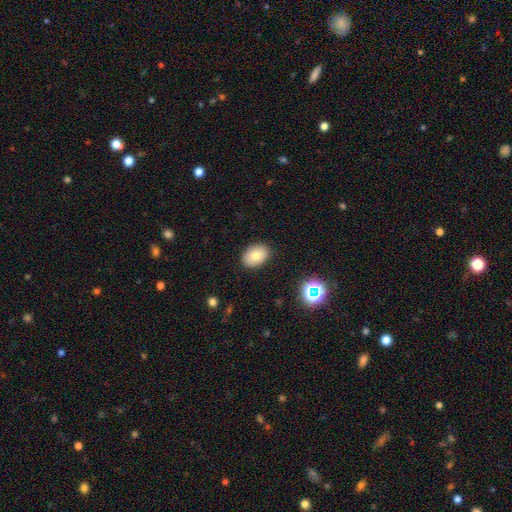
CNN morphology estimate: smooth-or-featured: smooth: 77% | featured or disk: 13% | star or artifact: 10%
  how-rounded: in between: 79% | round: 20% | cigar-shaped: 1%
  merging: none: 88% | minor disturbance: 9% | major disturbance: 2% | merger: 1%